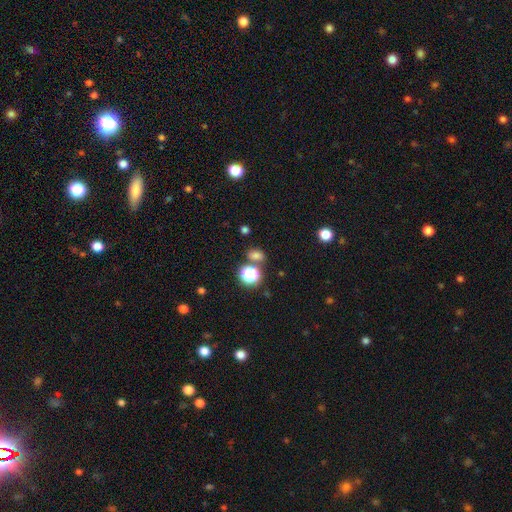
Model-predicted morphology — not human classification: Overall: smooth (69%). How rounded: in between (61%; round 37%). Merging: none (71%).